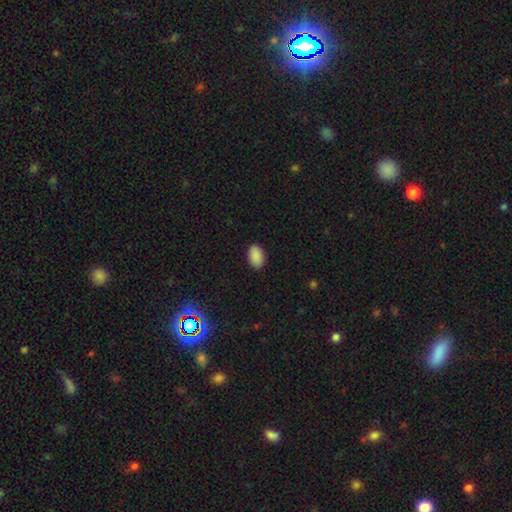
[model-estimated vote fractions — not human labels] Smooth or featured? smooth (89%)
How rounded? in between (90%)
Merging? none (87%)